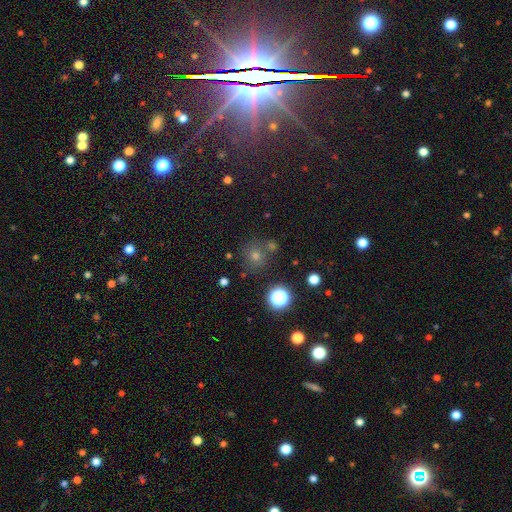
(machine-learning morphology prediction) smooth_or_featured: smooth (p=0.54) [alt: star or artifact p=0.36]
how_rounded: round (p=0.90) [alt: in between p=0.09]
merging: none (p=0.78) [alt: merger p=0.10]